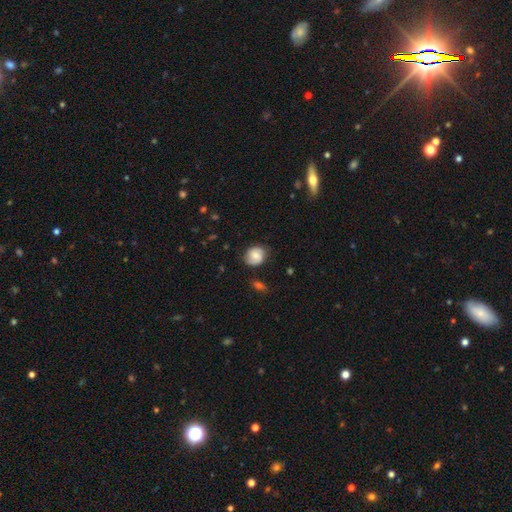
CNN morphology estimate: smooth_or_featured: smooth (p=0.58) [alt: featured or disk p=0.34]
how_rounded: round (p=0.63) [alt: in between p=0.36]
merging: none (p=0.71) [alt: minor disturbance p=0.21]